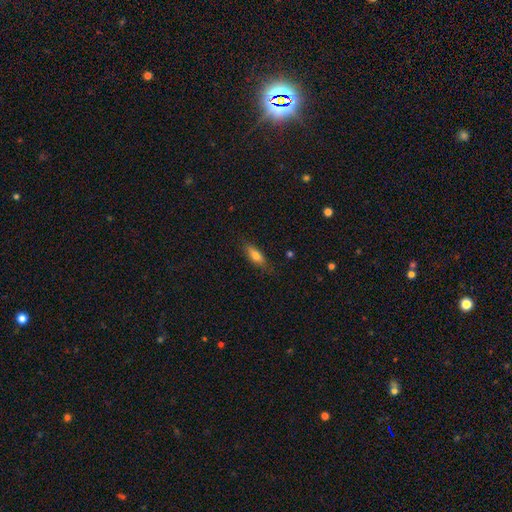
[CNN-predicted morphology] Q: Smooth or featured?
A: smooth (72%); runner-up: featured or disk (20%)
Q: How rounded?
A: in between (59%); runner-up: cigar-shaped (38%)
Q: Merging?
A: none (79%); runner-up: minor disturbance (17%)